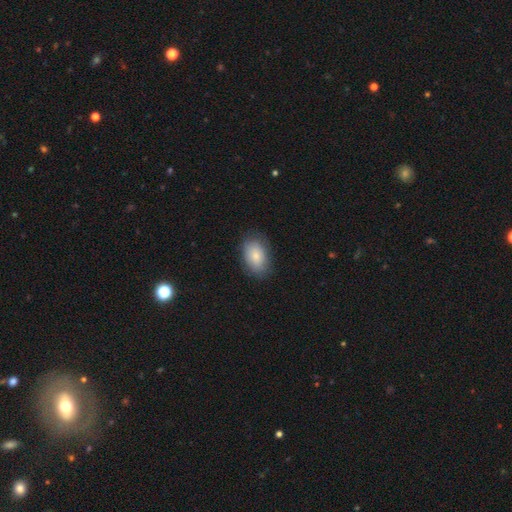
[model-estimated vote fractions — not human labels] Q: Smooth or featured?
A: smooth (81%); runner-up: featured or disk (13%)
Q: How rounded?
A: in between (89%); runner-up: round (10%)
Q: Merging?
A: none (79%); runner-up: minor disturbance (15%)